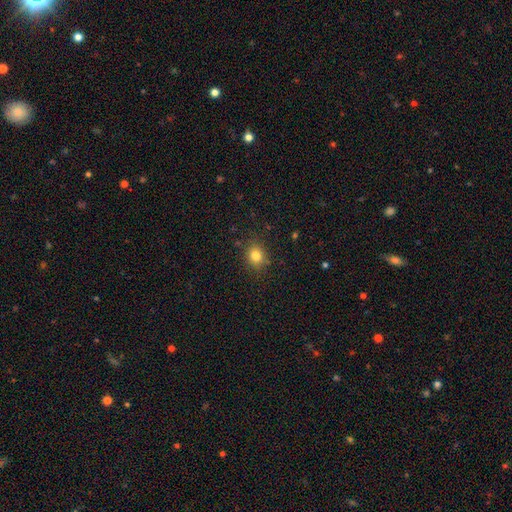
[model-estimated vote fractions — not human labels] Q: Smooth or featured?
A: smooth (81%); runner-up: star or artifact (12%)
Q: How rounded?
A: round (70%); runner-up: in between (29%)
Q: Merging?
A: none (85%); runner-up: minor disturbance (11%)